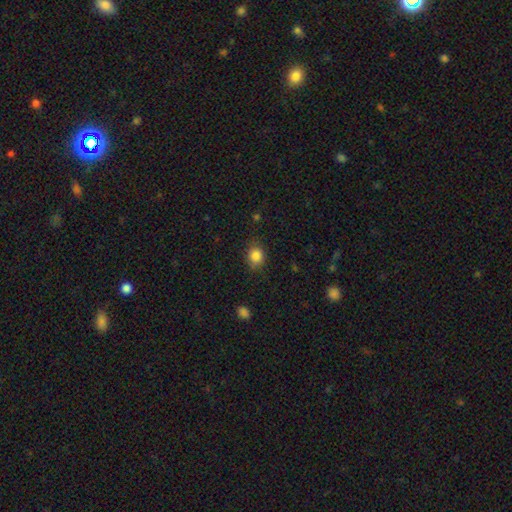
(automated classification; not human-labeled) A smooth galaxy with no disk features (85%) that is round (64%).

Vote fractions:
- Smooth or featured? smooth: 85% / star or artifact: 10% / featured or disk: 5%
- How rounded? round: 64% / in between: 35% / cigar-shaped: 1%
- Merging? none: 81% / minor disturbance: 14% / major disturbance: 3% / merger: 1%